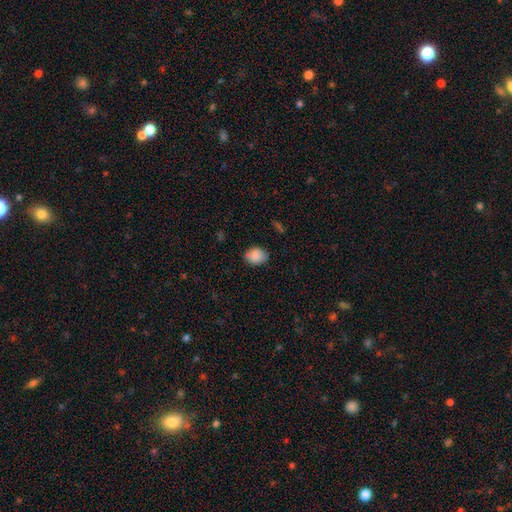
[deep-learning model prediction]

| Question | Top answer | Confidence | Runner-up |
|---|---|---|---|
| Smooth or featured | smooth | 88% | star or artifact (8%) |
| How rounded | in between | 53% | round (46%) |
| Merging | none | 79% | minor disturbance (17%) |